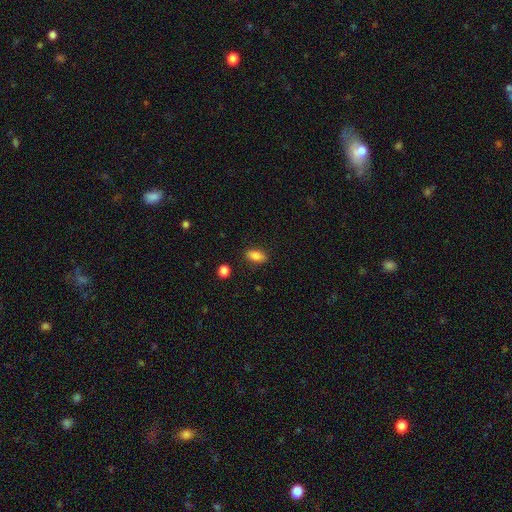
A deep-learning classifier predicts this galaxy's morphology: Smooth or featured: smooth — 85% (star or artifact — 9%)
How rounded: in between — 87% (cigar-shaped — 8%)
Merging: none — 85% (minor disturbance — 10%)